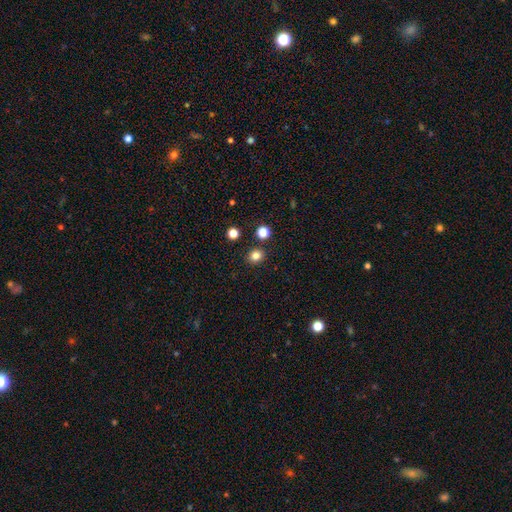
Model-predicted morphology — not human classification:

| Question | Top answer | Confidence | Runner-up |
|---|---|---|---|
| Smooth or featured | smooth | 82% | star or artifact (14%) |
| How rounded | round | 79% | in between (21%) |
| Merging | none | 88% | minor disturbance (7%) |